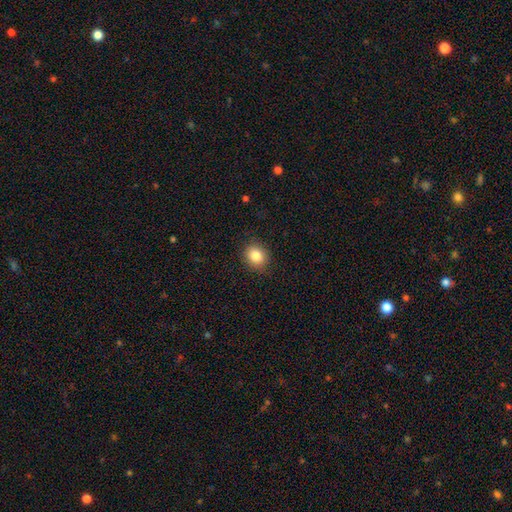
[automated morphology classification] The model was most divided on "how rounded": round: 65%, in between: 34%, cigar-shaped: 1%. More confident: merging — none (88%); smooth or featured — smooth (84%).